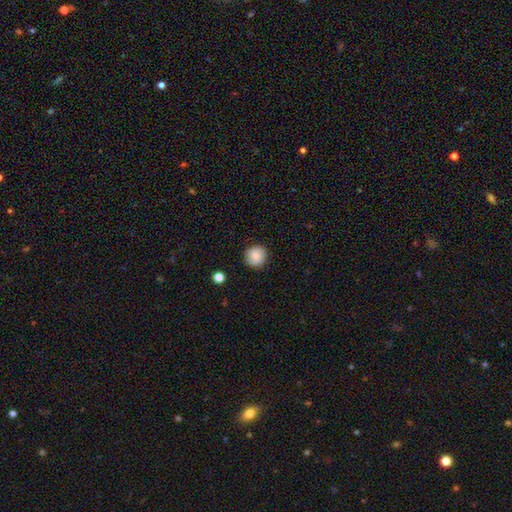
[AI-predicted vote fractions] Smooth or featured? smooth (81%)
How rounded? round (91%)
Merging? none (87%)